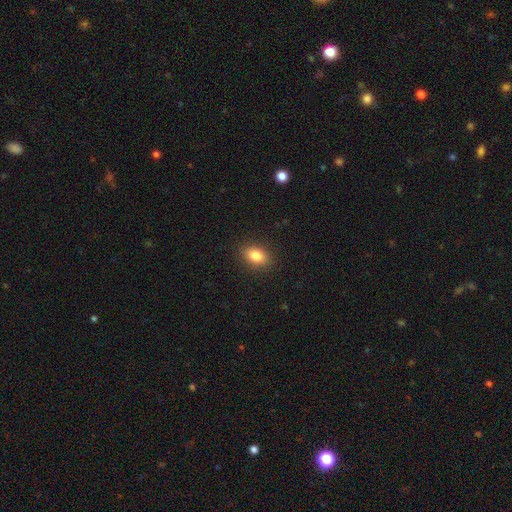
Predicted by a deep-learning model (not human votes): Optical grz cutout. It shows a smooth galaxy with no disk features (84%) that is in between round and cigar-shaped (78%). Merging: none (89%).